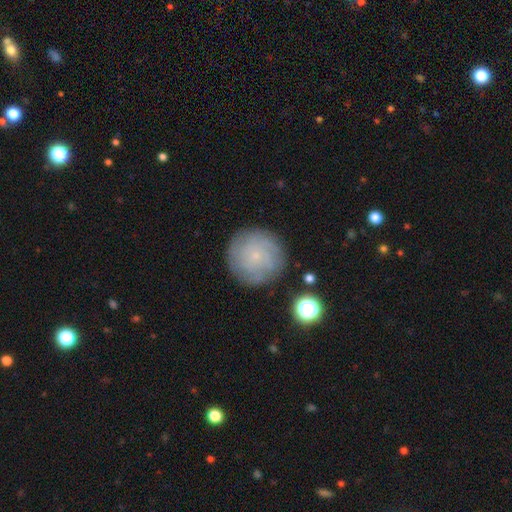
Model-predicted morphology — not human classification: Smooth or featured?
  - smooth: 51% *
  - featured or disk: 38%
  - star or artifact: 11%
How rounded?
  - round: 95% *
  - in between: 4%
  - cigar-shaped: 1%
Merging?
  - none: 81% *
  - minor disturbance: 12%
  - major disturbance: 4%
  - merger: 2%